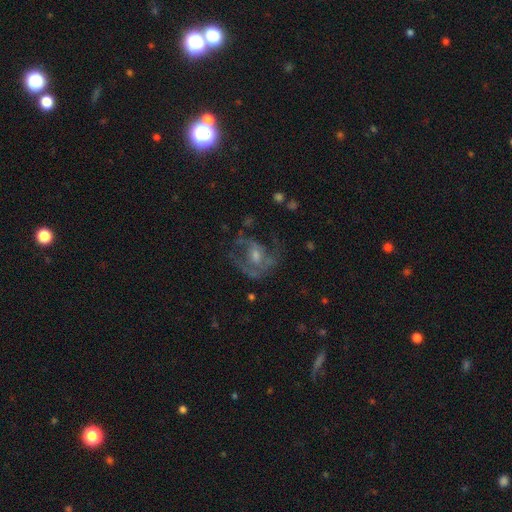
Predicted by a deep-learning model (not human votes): This is likely a featured or disk galaxy (70%). It is clearly not viewed edge-on (97%). Bar: possibly no (58%). Spiral arm pattern: likely yes (68%). Central bulge: possibly moderate (47%). Merging: possibly none (50%).